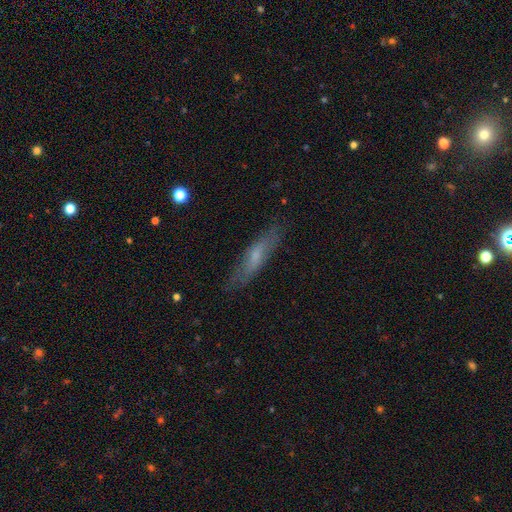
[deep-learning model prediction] smooth_or_featured: smooth (p=0.52) [alt: featured or disk p=0.40]
how_rounded: cigar-shaped (p=0.77) [alt: in between p=0.21]
merging: none (p=0.80) [alt: minor disturbance p=0.15]